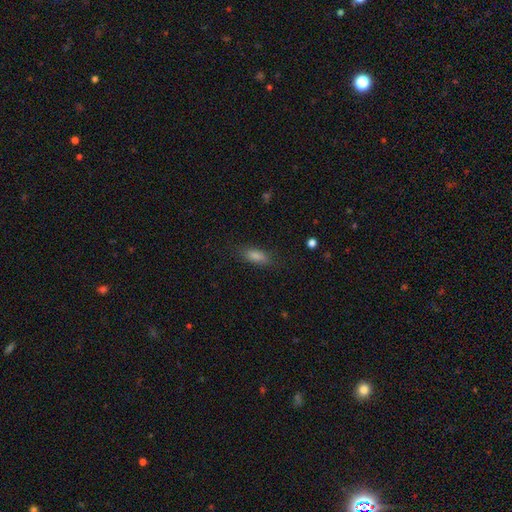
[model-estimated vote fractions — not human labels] Smooth or featured: smooth — 76% (star or artifact — 13%)
How rounded: in between — 64% (cigar-shaped — 33%)
Merging: none — 82% (minor disturbance — 13%)